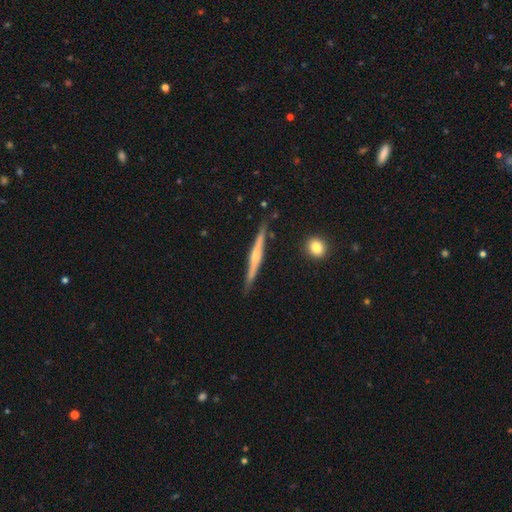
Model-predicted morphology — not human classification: Overall: featured or disk (67%; smooth 28%). Edge-on disk: yes (97%). Edge-on bulge: rounded (57%; none 29%). Merging: none (84%).